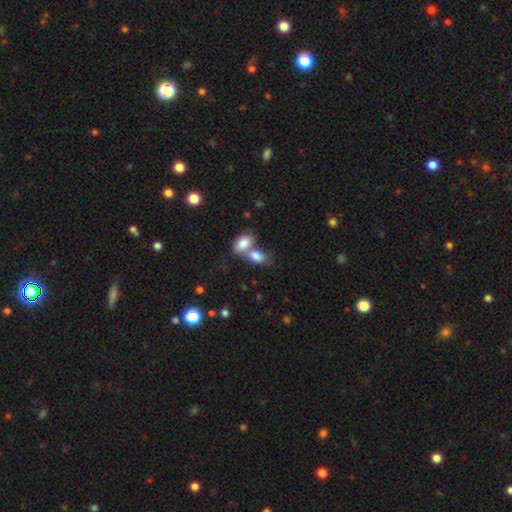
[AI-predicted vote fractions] This appears to be a smooth galaxy with no disk features (83%) that is in between round and cigar-shaped (88%). Merging: merger (61%).